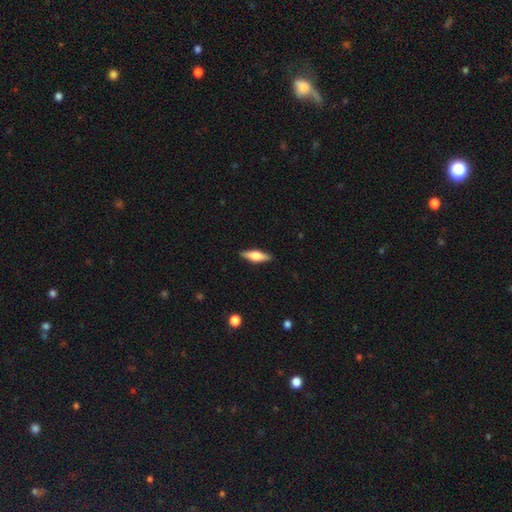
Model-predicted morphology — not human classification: Smooth or featured? Predicted: featured or disk (p=0.47, tied with smooth). Merging? Predicted: none (p=0.89).